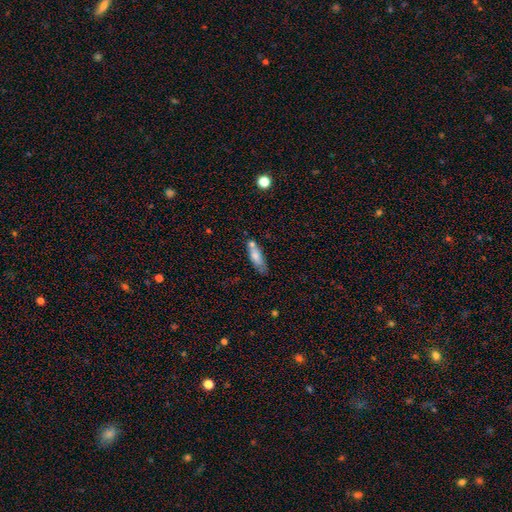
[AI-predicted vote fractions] This appears to be a smooth galaxy with no disk features (73%) that is in between round and cigar-shaped (49%, tied with cigar-shaped). Merging: none (52%).